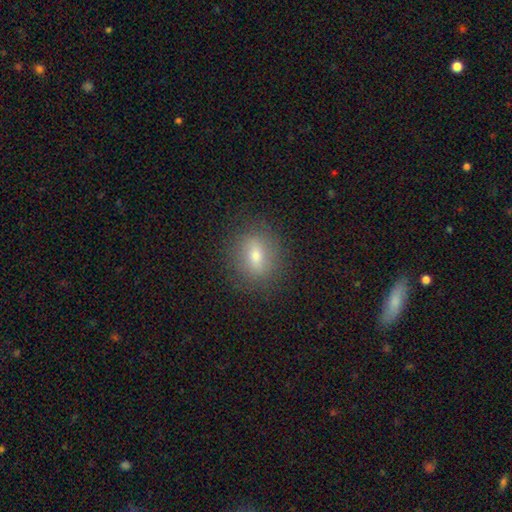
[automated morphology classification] Smooth or featured? Predicted: smooth (p=0.61). How rounded? Predicted: round (p=0.53). Merging? Predicted: none (p=0.86).